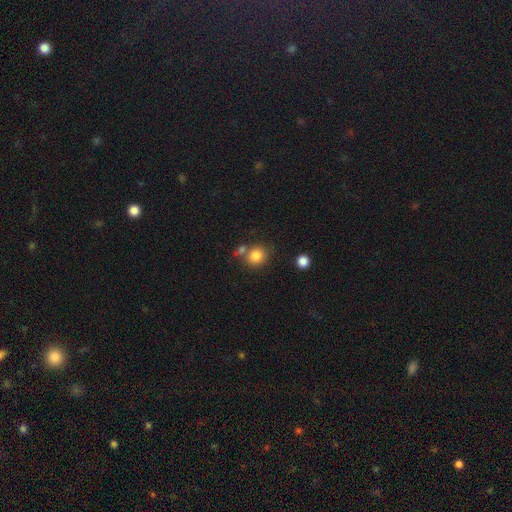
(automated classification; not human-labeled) Morphology: type=smooth (83%); roundness=round (80%); merging=none (62%).